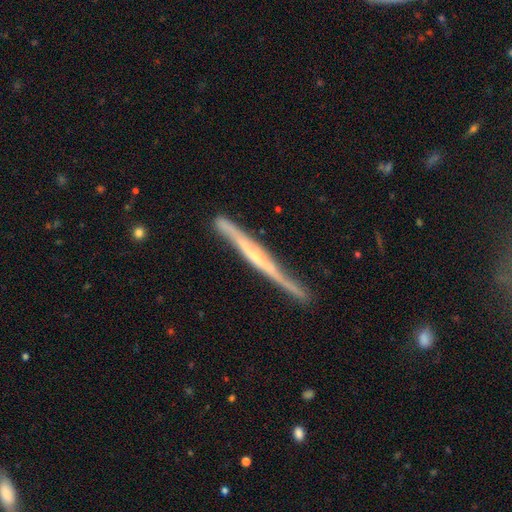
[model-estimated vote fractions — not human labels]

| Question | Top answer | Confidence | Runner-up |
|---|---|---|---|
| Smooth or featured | featured or disk | 79% | smooth (16%) |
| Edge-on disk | yes | 95% | no (5%) |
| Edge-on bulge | rounded | 46% | none (44%) |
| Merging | none | 77% | minor disturbance (18%) |